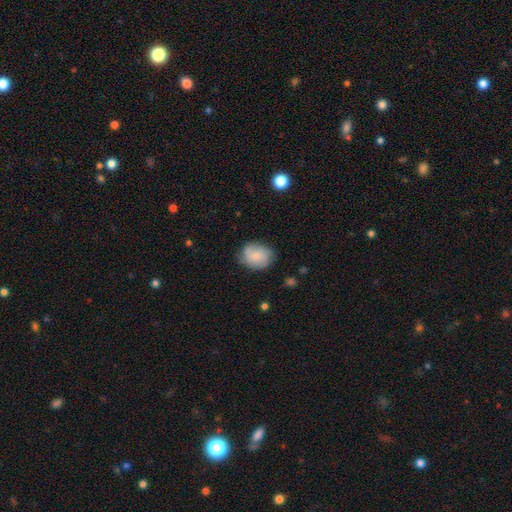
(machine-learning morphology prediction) This appears to be a smooth galaxy with no disk features (60%) that is round (52%). Merging: none (72%).